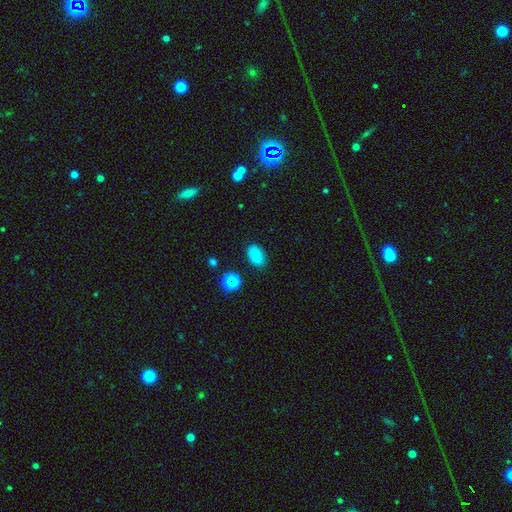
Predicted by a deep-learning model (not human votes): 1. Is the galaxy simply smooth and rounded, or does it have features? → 80% smooth, 13% star or artifact, 7% featured or disk.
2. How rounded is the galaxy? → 84% in between, 14% round, 1% cigar-shaped.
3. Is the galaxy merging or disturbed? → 82% none, 13% minor disturbance, 3% major disturbance, 2% merger.